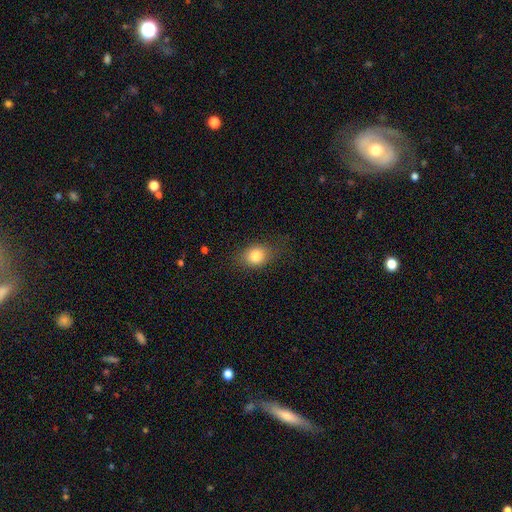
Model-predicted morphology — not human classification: Smooth or featured? Predicted: smooth (p=0.81). How rounded? Predicted: in between (p=0.54). Merging? Predicted: none (p=0.75).